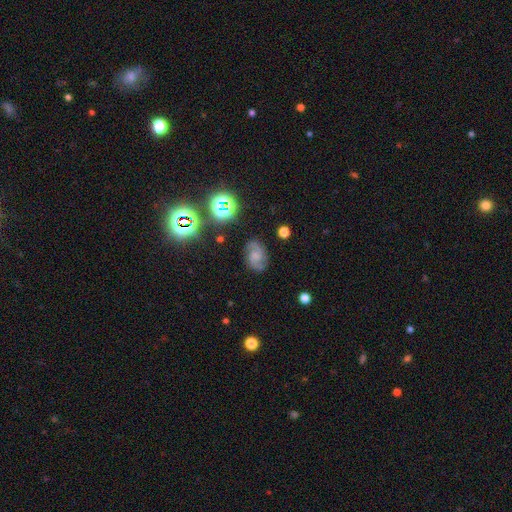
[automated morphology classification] A featured or disk galaxy (76%) with no bar (53%), 2 (89%) medium (55%) spiral arms (96%) and no central bulge (39%).

Vote fractions:
- Smooth or featured? featured or disk: 76% / smooth: 14% / star or artifact: 11%
- Edge-on disk? no: 97% / yes: 3%
- Bar? no: 53% / weak: 40% / strong: 7%
- Spiral arms? yes: 96% / no: 4%
- Spiral winding? medium: 55% / tight: 24% / loose: 21%
- Spiral arm count? 2: 89% / can't tell: 4% / 3: 2% / 1: 2% / 4: 1% / more than 4: 1%
- Bulge size? none: 39% / small: 32% / moderate: 22% / large: 5% / dominant: 2%
- Merging? none: 79% / minor disturbance: 14% / major disturbance: 5% / merger: 2%